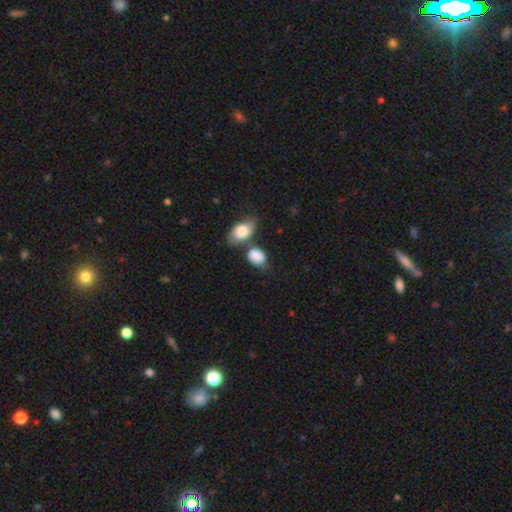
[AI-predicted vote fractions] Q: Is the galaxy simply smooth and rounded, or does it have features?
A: smooth — 81%.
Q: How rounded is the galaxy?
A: in between — 76%.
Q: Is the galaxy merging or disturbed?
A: none — 35%, tied with merger.